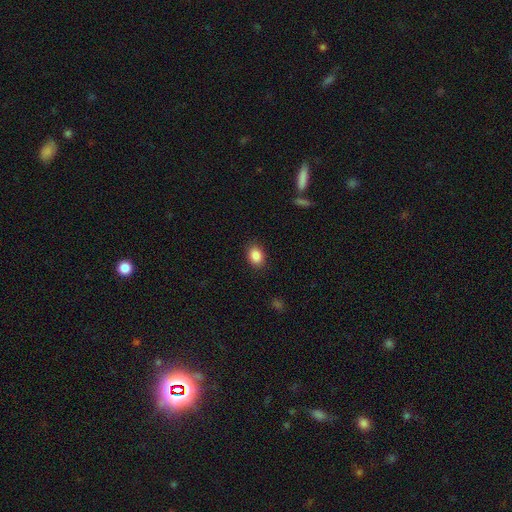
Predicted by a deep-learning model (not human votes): Overall: smooth (88%). How rounded: in between (70%). Merging: none (88%).